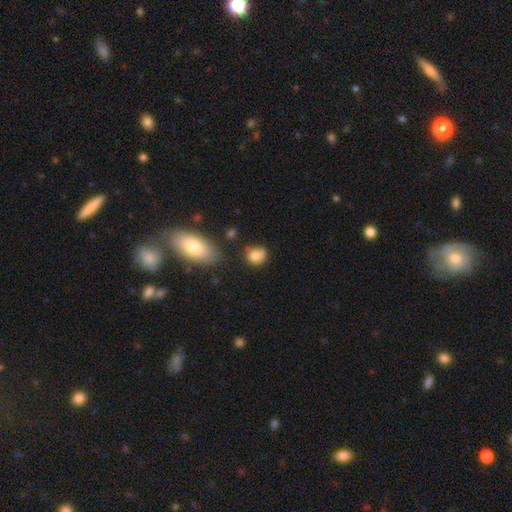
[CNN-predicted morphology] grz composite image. It shows a smooth galaxy with no disk features (79%) that is round (66%). Merging: none (47%).